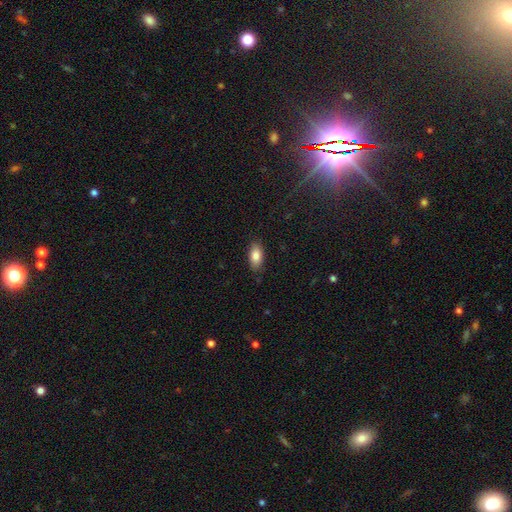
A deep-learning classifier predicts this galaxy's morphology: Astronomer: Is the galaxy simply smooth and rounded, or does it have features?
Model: smooth — 84%.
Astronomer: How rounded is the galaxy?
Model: in between — 89%.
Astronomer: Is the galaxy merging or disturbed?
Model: none — 85%.